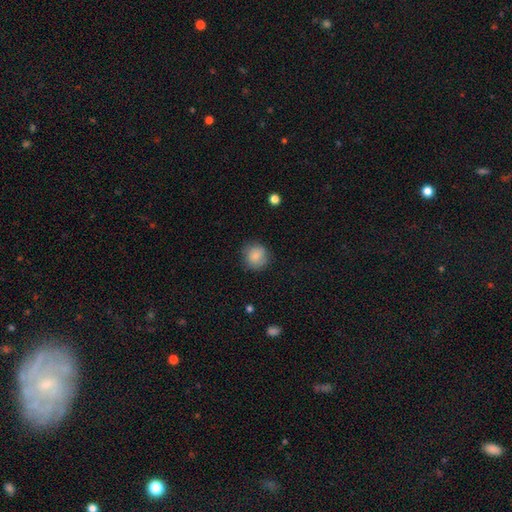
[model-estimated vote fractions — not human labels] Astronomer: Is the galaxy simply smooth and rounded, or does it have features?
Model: smooth — 84%.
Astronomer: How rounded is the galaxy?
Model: round — 89%.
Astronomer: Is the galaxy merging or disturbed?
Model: none — 82%.